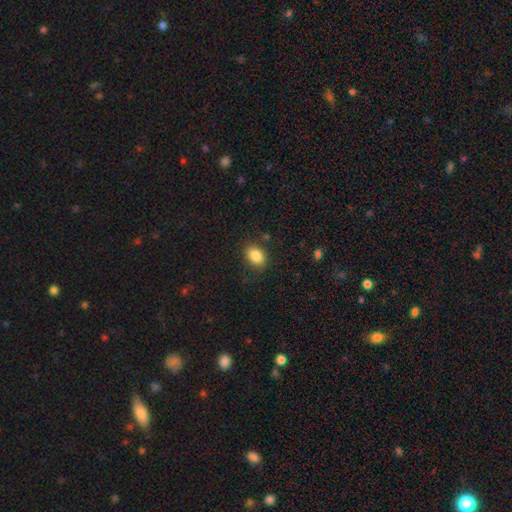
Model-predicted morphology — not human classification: The model was most divided on "how rounded": in between: 76%, round: 23%, cigar-shaped: 1%. More confident: smooth or featured — smooth (87%); merging — none (80%).